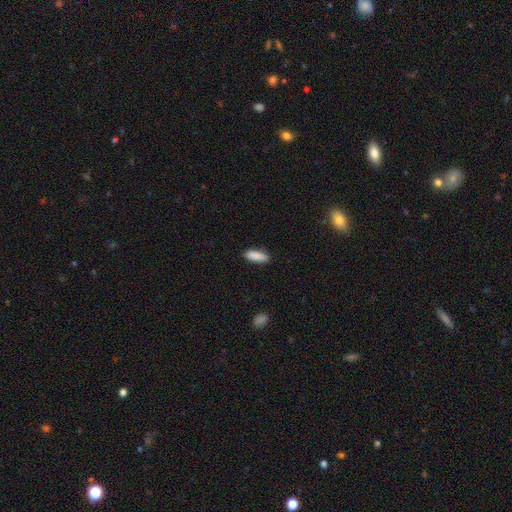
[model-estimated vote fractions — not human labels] A smooth galaxy with no disk features (88%) that is in between round and cigar-shaped (57%).

Vote fractions:
- Smooth or featured? smooth: 88% / star or artifact: 7% / featured or disk: 5%
- How rounded? in between: 57% / cigar-shaped: 42% / round: 2%
- Merging? none: 83% / minor disturbance: 13% / major disturbance: 2% / merger: 1%